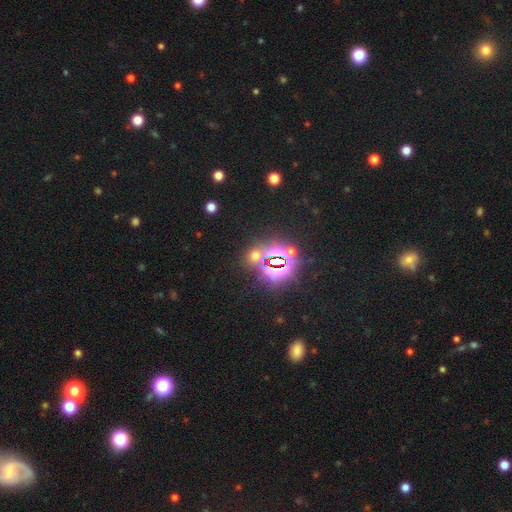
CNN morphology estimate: This appears to be a star or artifact, not a galaxy (60%).